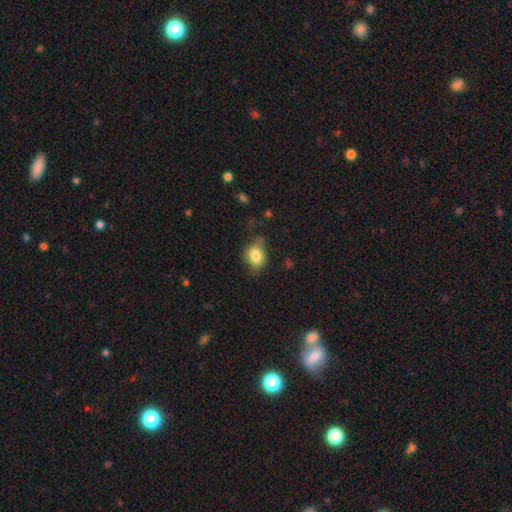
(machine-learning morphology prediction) A smooth galaxy with no disk features (81%) that is in between round and cigar-shaped (56%). Merging: none (58%).